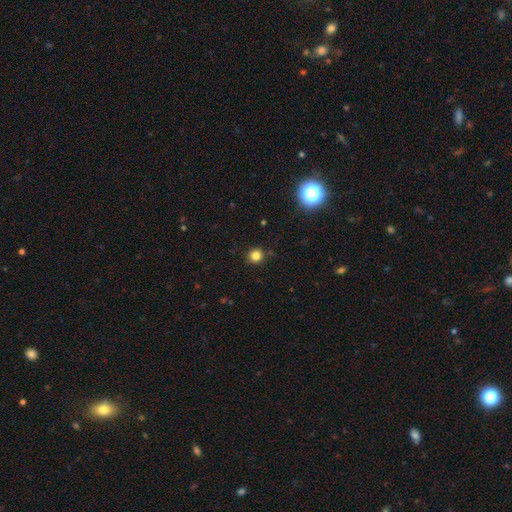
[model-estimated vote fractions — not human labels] Smooth or featured?
  - smooth: 81% *
  - star or artifact: 14%
  - featured or disk: 5%
How rounded?
  - round: 92% *
  - in between: 7%
  - cigar-shaped: 1%
Merging?
  - none: 90% *
  - minor disturbance: 6%
  - major disturbance: 2%
  - merger: 2%